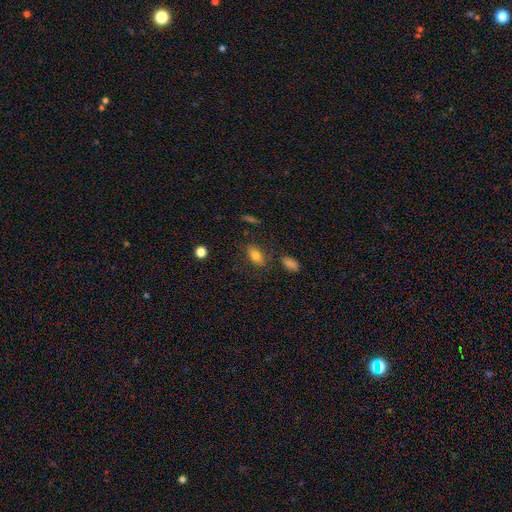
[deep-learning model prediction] Overall: smooth (78%). How rounded: in between (85%). Merging: none (75%).